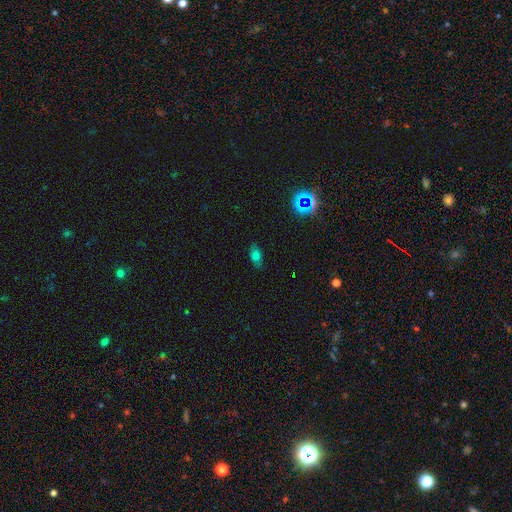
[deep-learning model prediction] A smooth galaxy with no disk features (66%) that is in between round and cigar-shaped (84%).

Vote fractions:
- Smooth or featured? smooth: 66% / star or artifact: 18% / featured or disk: 17%
- How rounded? in between: 84% / round: 9% / cigar-shaped: 6%
- Merging? none: 82% / minor disturbance: 14% / major disturbance: 3% / merger: 1%